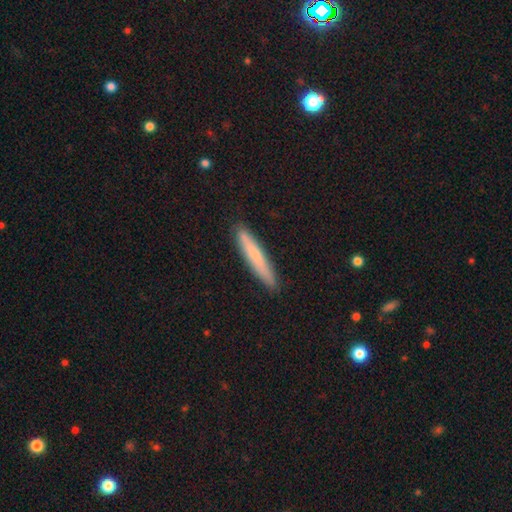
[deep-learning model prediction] smooth-or-featured: smooth: 73% | featured or disk: 21% | star or artifact: 6%
  how-rounded: cigar-shaped: 92% | in between: 6% | round: 1%
  merging: none: 88% | minor disturbance: 9% | major disturbance: 2% | merger: 1%